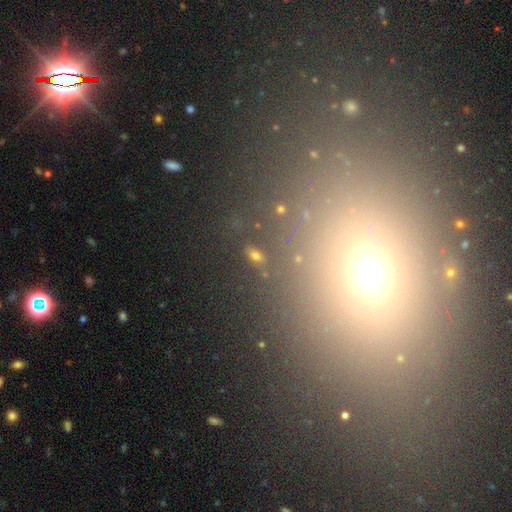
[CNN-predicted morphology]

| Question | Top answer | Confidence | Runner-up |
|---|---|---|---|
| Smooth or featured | smooth | 67% | star or artifact (22%) |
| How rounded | in between | 83% | round (11%) |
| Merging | none | 80% | minor disturbance (11%) |